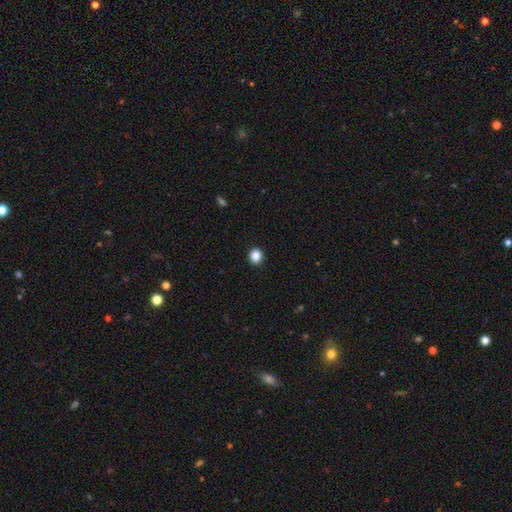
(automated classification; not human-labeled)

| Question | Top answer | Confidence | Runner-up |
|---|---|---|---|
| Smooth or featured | smooth | 87% | star or artifact (10%) |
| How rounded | round | 86% | in between (13%) |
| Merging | none | 93% | minor disturbance (5%) |